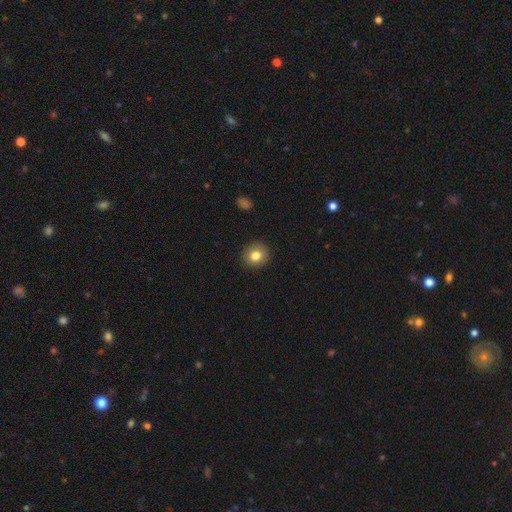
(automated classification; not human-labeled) A smooth galaxy with no disk features (81%) that is round (81%). Merging: none (90%).